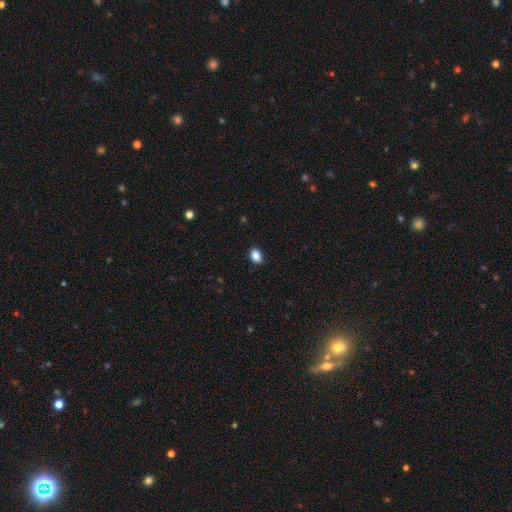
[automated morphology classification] smooth_or_featured: smooth (p=0.87) [alt: star or artifact p=0.09]
how_rounded: in between (p=0.70) [alt: round p=0.29]
merging: none (p=0.90) [alt: minor disturbance p=0.08]